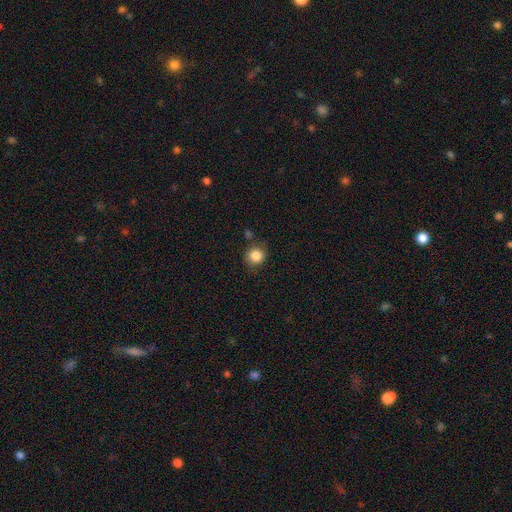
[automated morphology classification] A smooth galaxy with no disk features (85%) that is round (89%). Merging: none (79%).